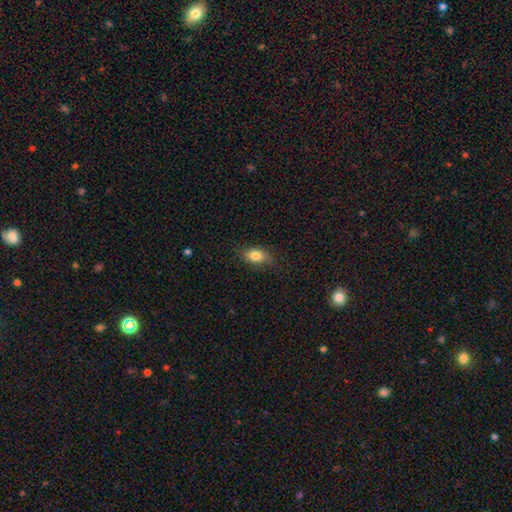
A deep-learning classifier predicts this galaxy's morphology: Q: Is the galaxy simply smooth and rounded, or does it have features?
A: smooth — 82%.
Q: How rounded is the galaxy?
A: in between — 85%.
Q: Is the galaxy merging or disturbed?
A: none — 83%.